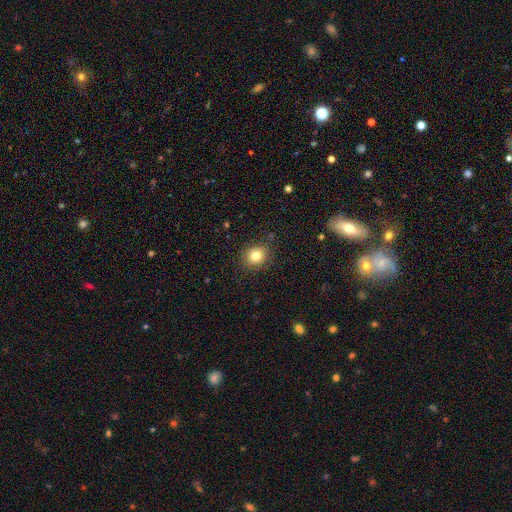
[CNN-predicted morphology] This appears to be a smooth galaxy with no disk features (80%) that is round (72%). Merging: none (87%).